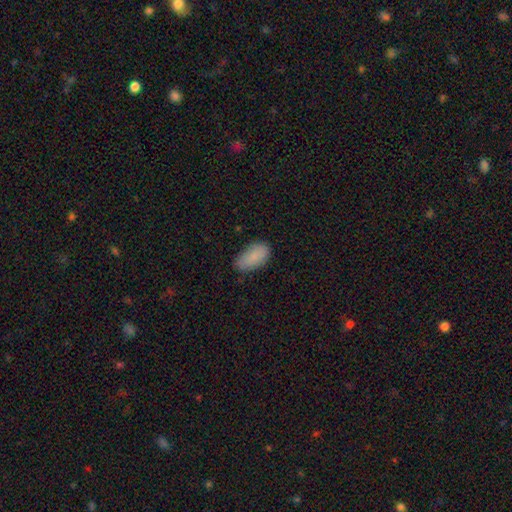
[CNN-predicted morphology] Smooth or featured? smooth (87%)
How rounded? in between (94%)
Merging? none (75%)